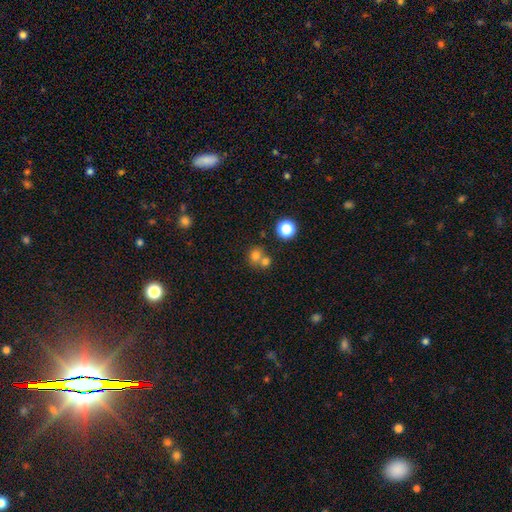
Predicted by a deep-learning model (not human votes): smooth-or-featured: smooth: 73% | star or artifact: 15% | featured or disk: 11%
  how-rounded: round: 81% | in between: 18% | cigar-shaped: 1%
  merging: none: 46% | merger: 45% | minor disturbance: 7% | major disturbance: 3%